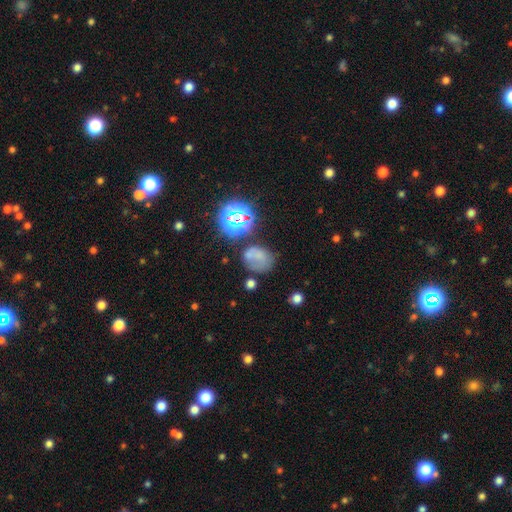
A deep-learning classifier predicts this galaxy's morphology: Smooth or featured?
  - smooth: 55% *
  - star or artifact: 25%
  - featured or disk: 19%
How rounded?
  - round: 54% *
  - in between: 45%
  - cigar-shaped: 1%
Merging?
  - none: 46% *
  - minor disturbance: 23%
  - major disturbance: 17%
  - merger: 14%